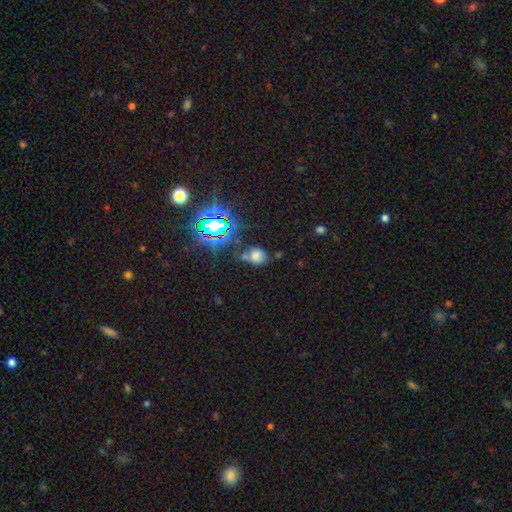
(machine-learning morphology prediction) The model was most divided on "how rounded": in between: 53%, round: 45%, cigar-shaped: 2%. More confident: smooth or featured — smooth (62%); merging — none (52%).